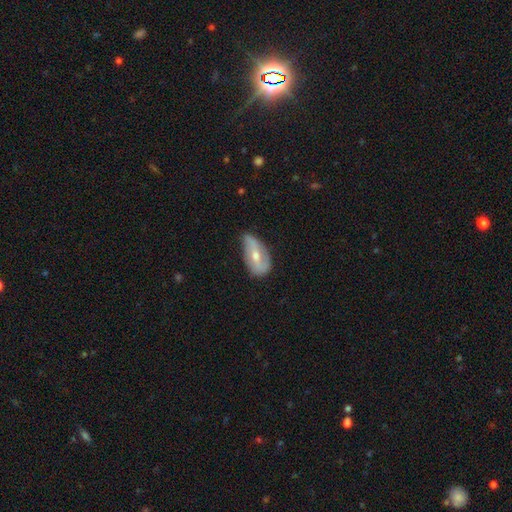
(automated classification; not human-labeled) Smooth or featured? featured or disk (61%)
Edge-on disk? no (89%)
Bar? weak (37%)
Spiral arms? yes (71%)
Bulge size? moderate (58%)
Merging? none (53%)